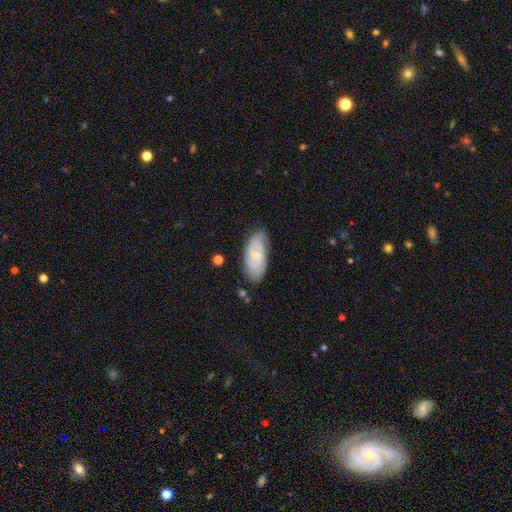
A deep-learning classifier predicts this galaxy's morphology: The model was most divided on "smooth or featured": featured or disk: 48%, smooth: 45%, star or artifact: 7%. More confident: merging — none (73%).